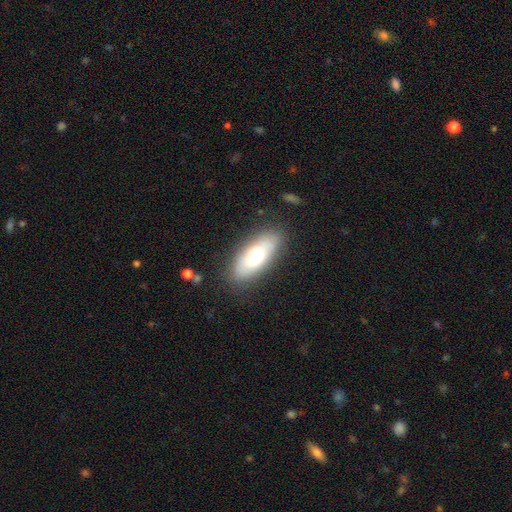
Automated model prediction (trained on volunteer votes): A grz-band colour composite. It shows a smooth galaxy with no disk features (65%) that is in between round and cigar-shaped (79%). Merging: none (84%).